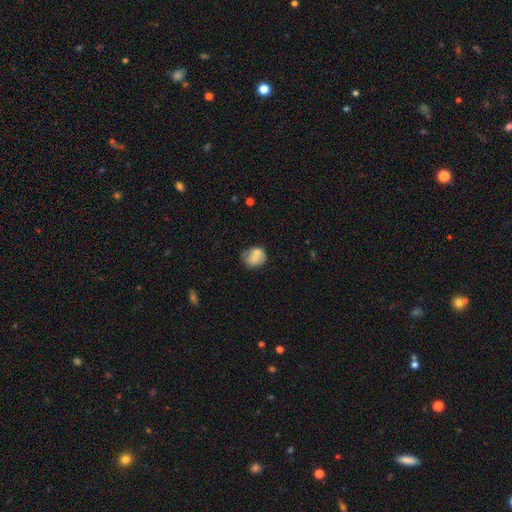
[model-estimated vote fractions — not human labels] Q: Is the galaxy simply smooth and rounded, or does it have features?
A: smooth — 67%.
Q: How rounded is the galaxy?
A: round — 58%.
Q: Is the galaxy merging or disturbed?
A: none — 42%.